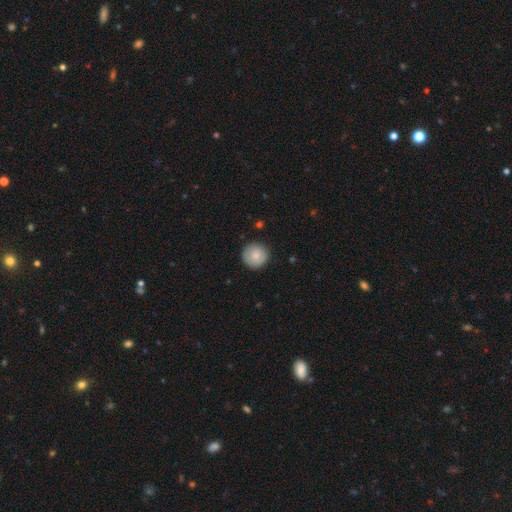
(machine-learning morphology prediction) Smooth or featured?
  - smooth: 82% *
  - featured or disk: 11%
  - star or artifact: 7%
How rounded?
  - round: 95% *
  - in between: 4%
  - cigar-shaped: 1%
Merging?
  - none: 88% *
  - minor disturbance: 9%
  - major disturbance: 2%
  - merger: 1%